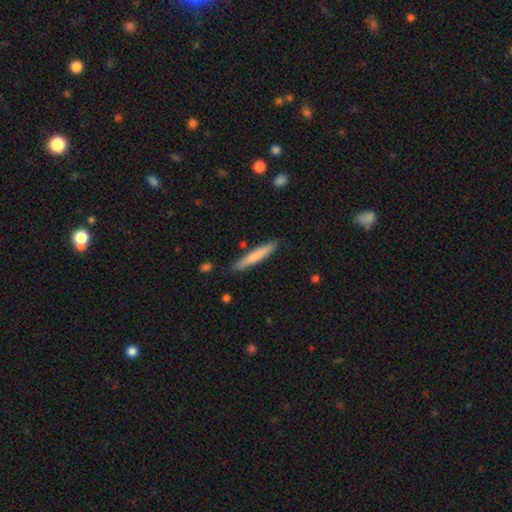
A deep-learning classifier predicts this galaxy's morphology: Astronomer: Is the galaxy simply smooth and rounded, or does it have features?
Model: smooth — 74%.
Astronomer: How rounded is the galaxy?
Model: cigar-shaped — 94%.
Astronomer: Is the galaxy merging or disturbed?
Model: none — 86%.